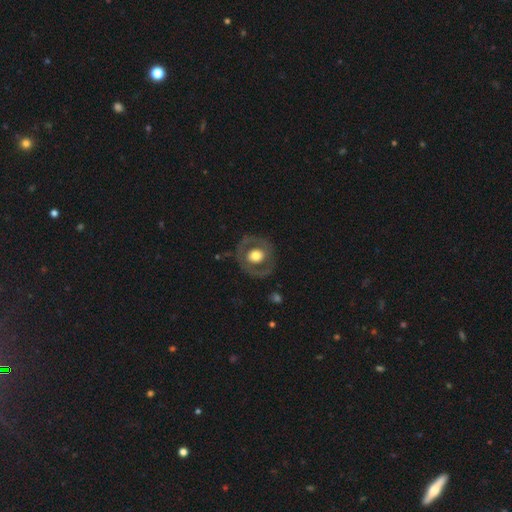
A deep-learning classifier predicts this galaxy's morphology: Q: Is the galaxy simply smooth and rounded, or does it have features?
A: featured or disk — 54%.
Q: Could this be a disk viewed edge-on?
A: no — 95%.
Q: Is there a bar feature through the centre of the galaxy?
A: no — 82%.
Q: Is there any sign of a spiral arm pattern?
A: no — 79%.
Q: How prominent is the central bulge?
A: large — 47%.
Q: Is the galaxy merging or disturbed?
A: none — 79%.